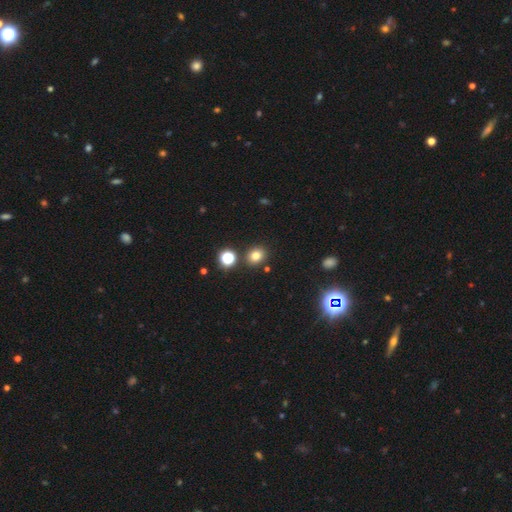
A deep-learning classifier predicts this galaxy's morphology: smooth_or_featured: smooth (p=0.77) [alt: star or artifact p=0.16]
how_rounded: round (p=0.68) [alt: in between p=0.31]
merging: none (p=0.83) [alt: minor disturbance p=0.08]